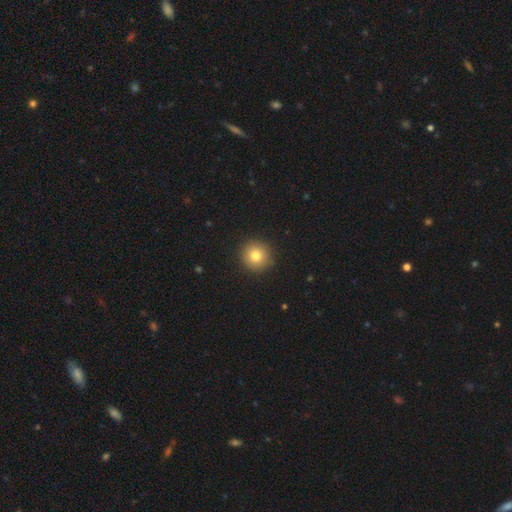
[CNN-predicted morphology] A smooth galaxy with no disk features (79%) that is round (95%).

Vote fractions:
- Smooth or featured? smooth: 79% / star or artifact: 11% / featured or disk: 10%
- How rounded? round: 95% / in between: 4% / cigar-shaped: 1%
- Merging? none: 93% / minor disturbance: 5% / major disturbance: 2% / merger: 1%